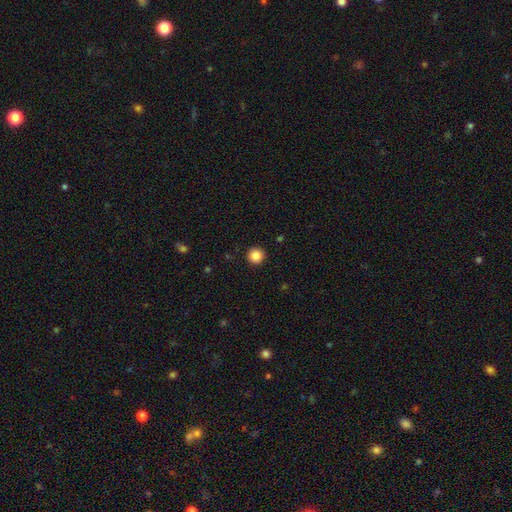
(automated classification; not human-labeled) This appears to be a smooth galaxy with no disk features (86%) that is round (96%). Merging: none (93%).